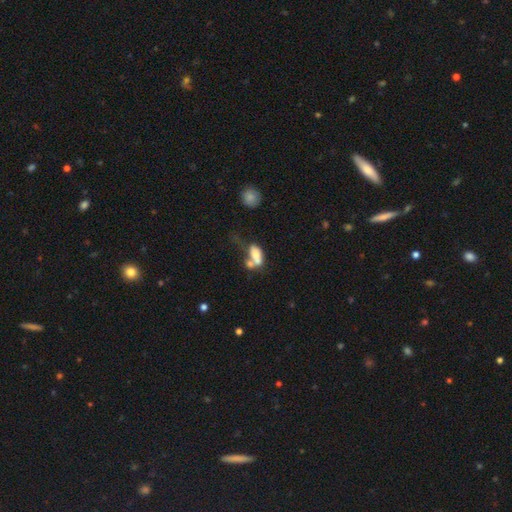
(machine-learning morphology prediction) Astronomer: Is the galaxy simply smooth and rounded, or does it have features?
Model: smooth — 66%.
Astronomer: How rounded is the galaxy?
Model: in between — 85%.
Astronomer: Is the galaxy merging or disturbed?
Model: merger — 55%.